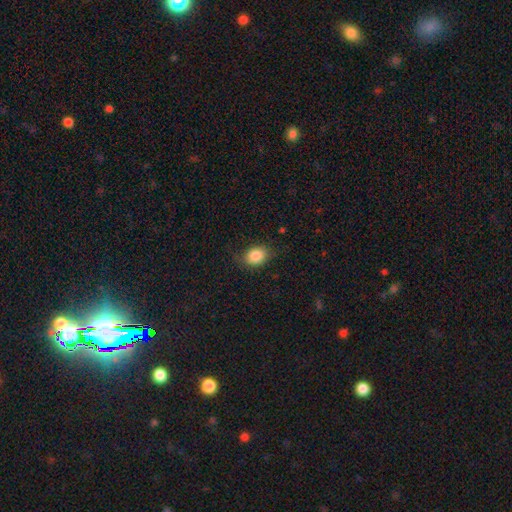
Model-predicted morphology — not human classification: Q: Smooth or featured?
A: smooth (85%); runner-up: star or artifact (9%)
Q: How rounded?
A: in between (59%); runner-up: round (40%)
Q: Merging?
A: none (76%); runner-up: minor disturbance (18%)